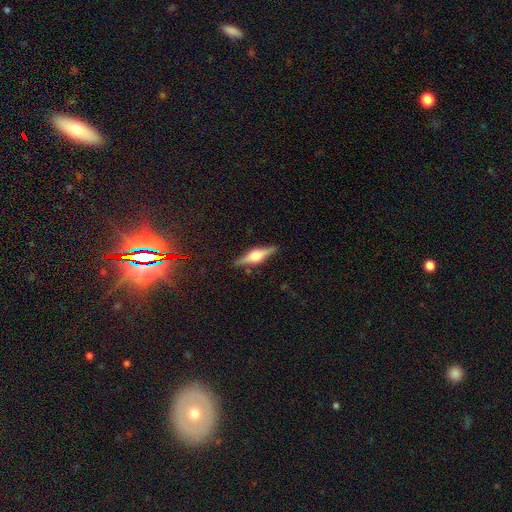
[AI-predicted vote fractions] This appears to be a featured or disk galaxy (74%) viewed edge-on (97%) with a rounded central bulge (87%). Merging: none (88%).